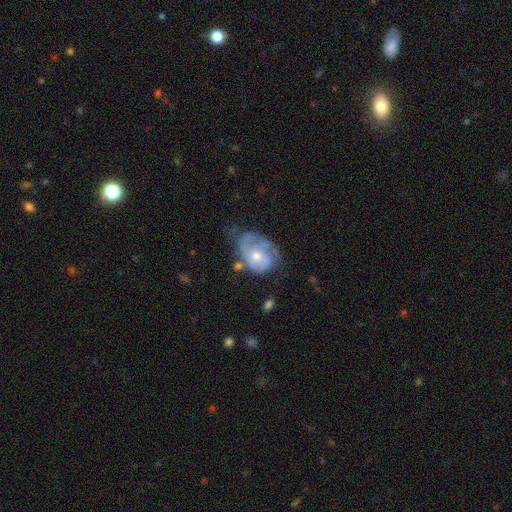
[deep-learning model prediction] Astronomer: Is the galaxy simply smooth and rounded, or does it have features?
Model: featured or disk — 72%.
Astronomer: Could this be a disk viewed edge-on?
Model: no — 97%.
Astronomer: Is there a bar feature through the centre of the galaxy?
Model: no — 73%.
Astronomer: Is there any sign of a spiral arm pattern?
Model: yes — 83%.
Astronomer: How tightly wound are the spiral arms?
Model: tight — 50% (runner-up: medium, 36%).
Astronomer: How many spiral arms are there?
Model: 2 — 41% (runner-up: can't tell, 27%).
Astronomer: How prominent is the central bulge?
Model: moderate — 53% (runner-up: small, 42%).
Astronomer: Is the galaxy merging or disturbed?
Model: none — 42% (runner-up: minor disturbance, 31%).